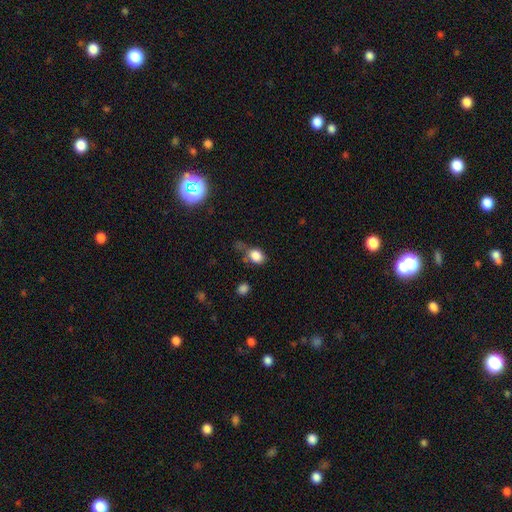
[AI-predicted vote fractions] A smooth galaxy with no disk features (83%) that is in between round and cigar-shaped (67%).

Vote fractions:
- Smooth or featured? smooth: 83% / star or artifact: 11% / featured or disk: 6%
- How rounded? in between: 67% / round: 32% / cigar-shaped: 2%
- Merging? none: 55% / minor disturbance: 27% / major disturbance: 10% / merger: 8%